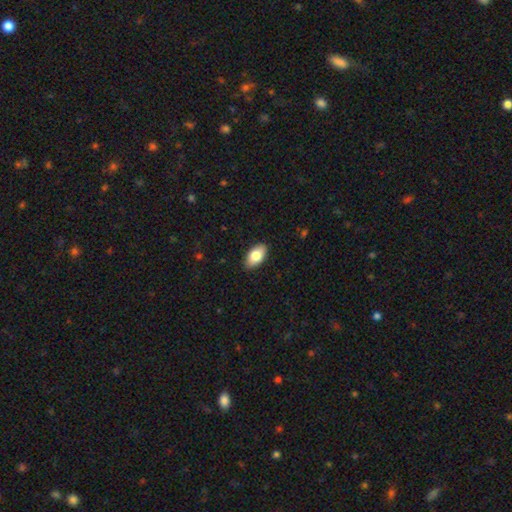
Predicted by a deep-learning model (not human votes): Morphology: type=smooth (81%); roundness=in between (93%); merging=none (88%).